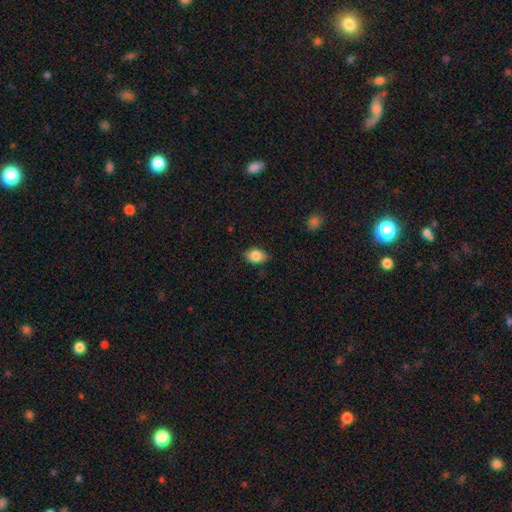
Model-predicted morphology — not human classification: type=smooth (84%); roundness=in between (81%); merging=none (82%).